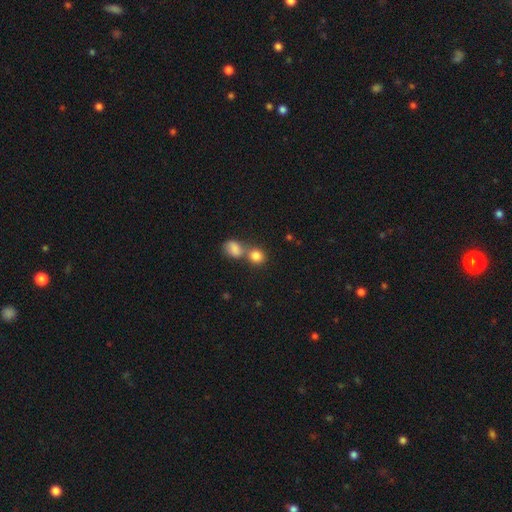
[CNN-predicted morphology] The model was most divided on "merging": merger: 50%, none: 40%, minor disturbance: 7%, major disturbance: 3%. More confident: smooth or featured — smooth (84%); how rounded — round (74%).